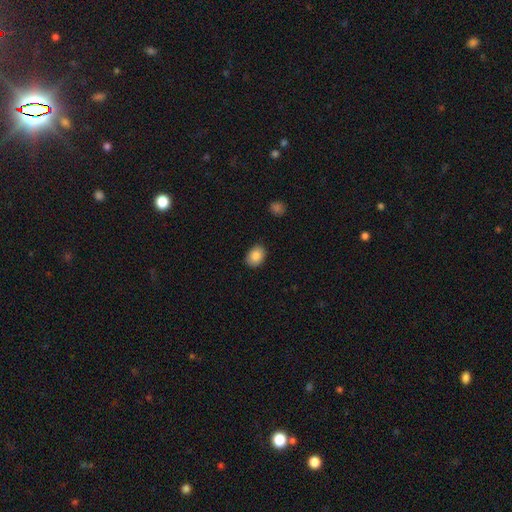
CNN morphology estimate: Q: Smooth or featured?
A: smooth (86%); runner-up: star or artifact (8%)
Q: How rounded?
A: in between (72%); runner-up: round (27%)
Q: Merging?
A: none (86%); runner-up: minor disturbance (11%)